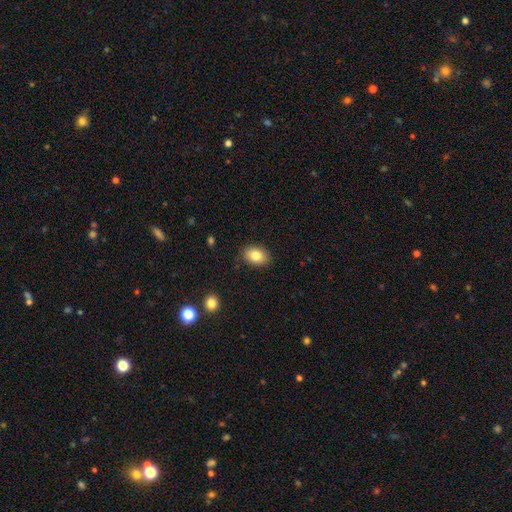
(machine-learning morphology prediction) Smooth or featured: smooth — 84% (featured or disk — 8%)
How rounded: in between — 79% (round — 20%)
Merging: none — 86% (minor disturbance — 10%)